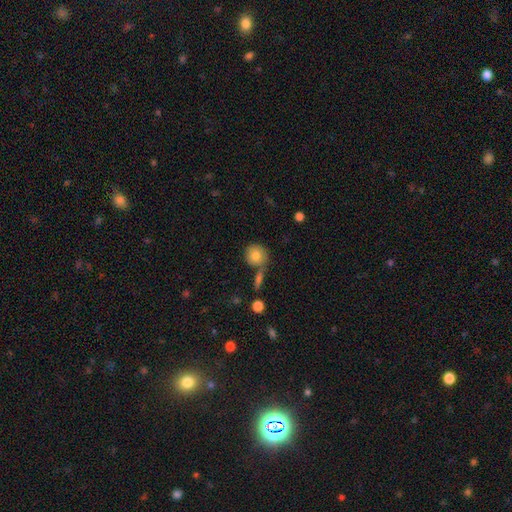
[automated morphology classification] Smooth or featured? Predicted: smooth (p=0.80). How rounded? Predicted: round (p=0.88). Merging? Predicted: none (p=0.66).